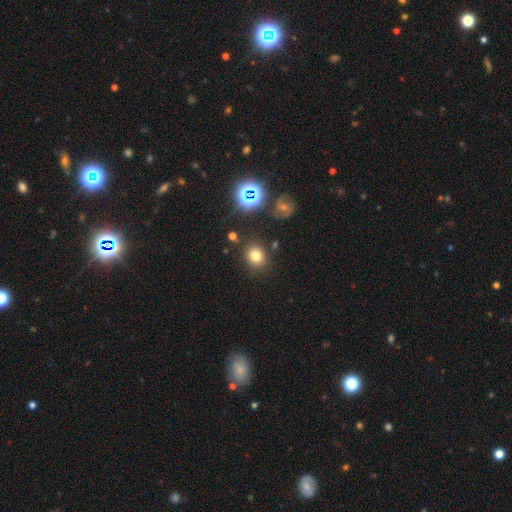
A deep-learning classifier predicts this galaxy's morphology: This is likely a smooth galaxy (74%). How rounded: likely round (70%). Merging: clearly none (83%).